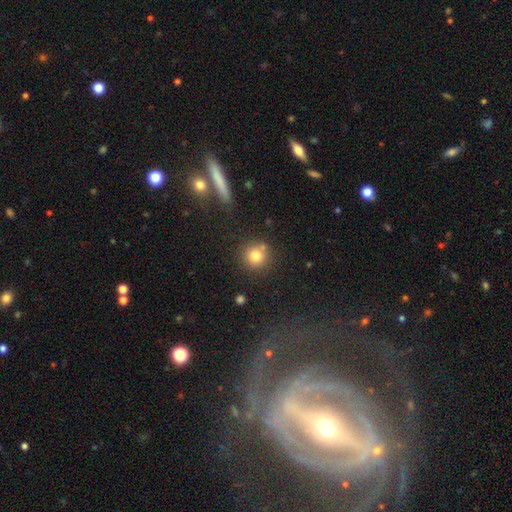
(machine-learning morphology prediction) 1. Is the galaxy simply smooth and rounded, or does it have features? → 80% smooth, 12% star or artifact, 8% featured or disk.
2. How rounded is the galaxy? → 92% round, 7% in between, 1% cigar-shaped.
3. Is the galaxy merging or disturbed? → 77% none, 10% merger, 9% minor disturbance, 3% major disturbance.